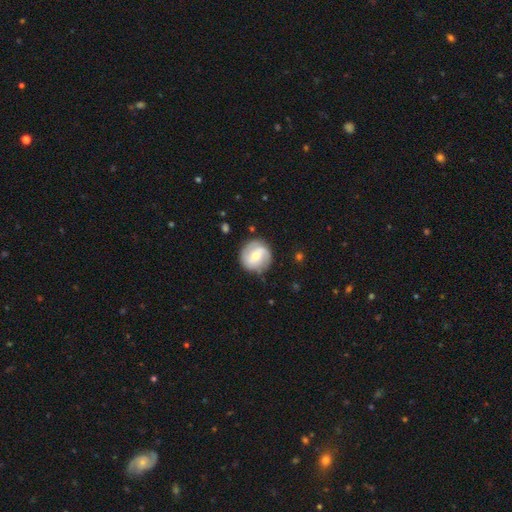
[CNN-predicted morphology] smooth_or_featured: featured or disk (p=0.59) [alt: smooth p=0.35]
disk_edge_on: no (p=0.97) [alt: yes p=0.03]
bar: weak (p=0.45) [alt: no p=0.35]
has_spiral_arms: yes (p=0.81) [alt: no p=0.19]
bulge_size: moderate (p=0.56) [alt: small p=0.38]
merging: none (p=0.82) [alt: minor disturbance p=0.13]